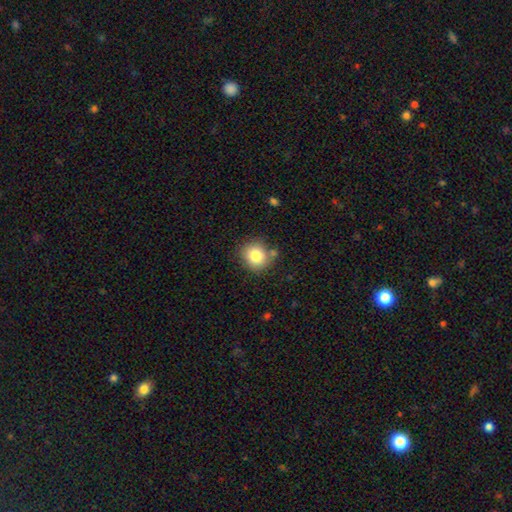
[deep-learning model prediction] A smooth galaxy with no disk features (80%) that is round (83%). Merging: none (75%).